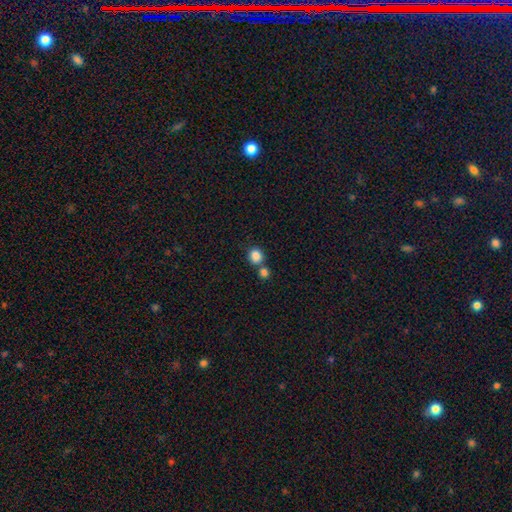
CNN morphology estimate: type=smooth (85%); roundness=round (83%); merging=none (58%).